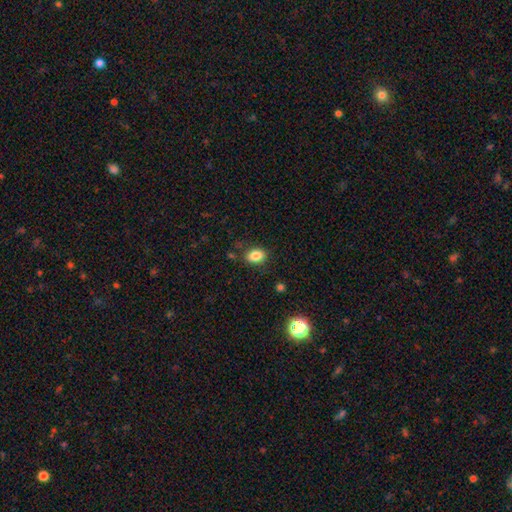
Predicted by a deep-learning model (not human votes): Smooth or featured: smooth — 84% (star or artifact — 10%)
How rounded: in between — 77% (round — 21%)
Merging: none — 82% (minor disturbance — 12%)